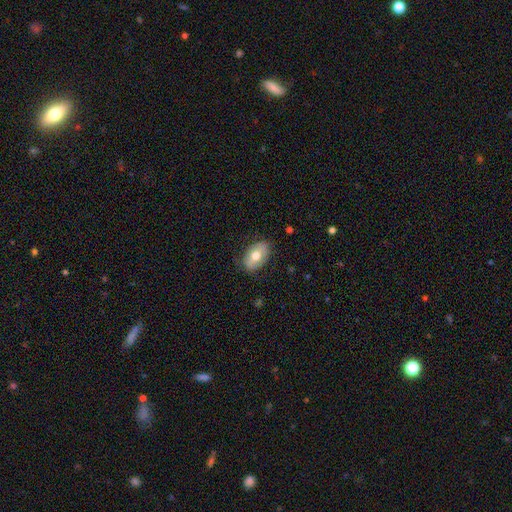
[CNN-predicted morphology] A smooth galaxy with no disk features (65%) that is in between round and cigar-shaped (89%).

Vote fractions:
- Smooth or featured? smooth: 65% / featured or disk: 29% / star or artifact: 7%
- How rounded? in between: 89% / round: 10% / cigar-shaped: 1%
- Merging? none: 79% / minor disturbance: 17% / major disturbance: 4% / merger: 1%